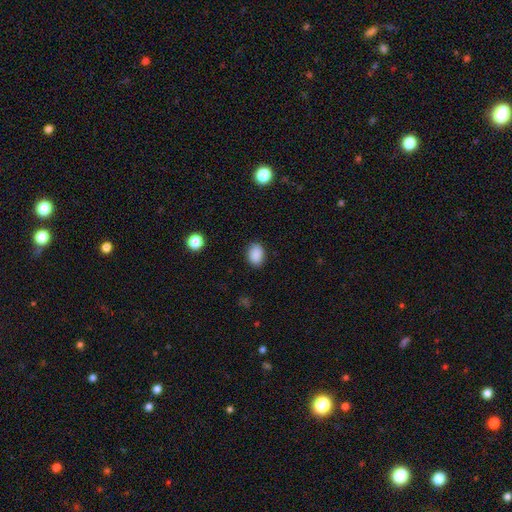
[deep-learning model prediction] The model was most divided on "how rounded": in between: 71%, round: 28%, cigar-shaped: 1%. More confident: smooth or featured — smooth (89%); merging — none (87%).